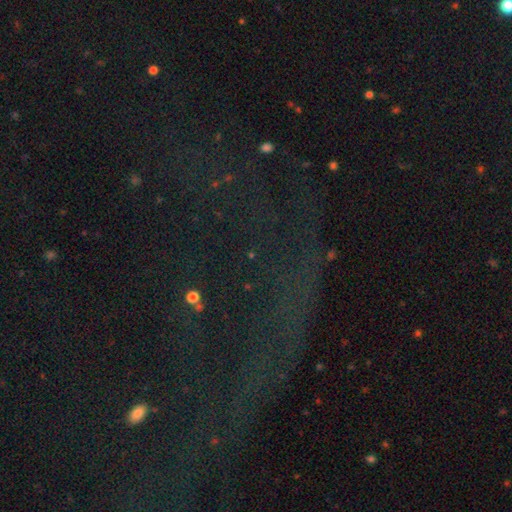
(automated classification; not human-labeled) Smooth or featured?
  - star or artifact: 73% *
  - smooth: 15%
  - featured or disk: 12%